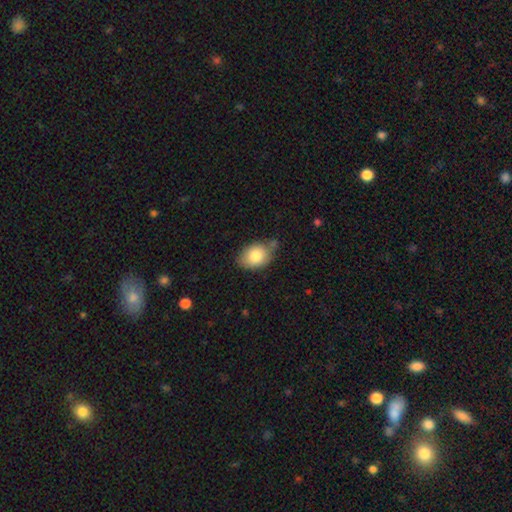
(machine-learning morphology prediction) smooth-or-featured: smooth: 83% | featured or disk: 10% | star or artifact: 7%
  how-rounded: in between: 77% | round: 22% | cigar-shaped: 1%
  merging: none: 62% | minor disturbance: 26% | merger: 6% | major disturbance: 5%